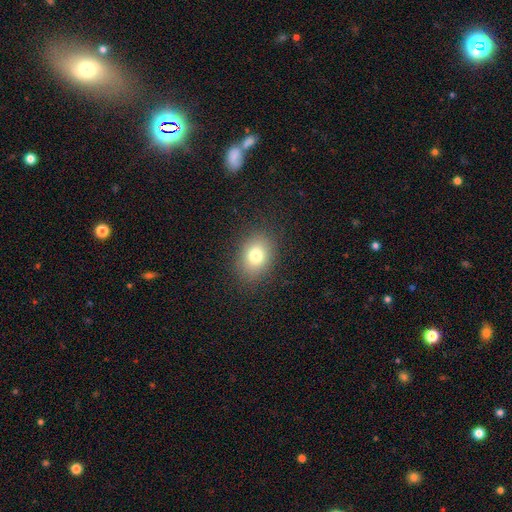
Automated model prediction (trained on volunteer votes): A smooth galaxy with no disk features (79%) that is in between round and cigar-shaped (61%).

Vote fractions:
- Smooth or featured? smooth: 79% / star or artifact: 12% / featured or disk: 10%
- How rounded? in between: 61% / round: 37% / cigar-shaped: 1%
- Merging? none: 86% / minor disturbance: 10% / major disturbance: 4% / merger: 1%